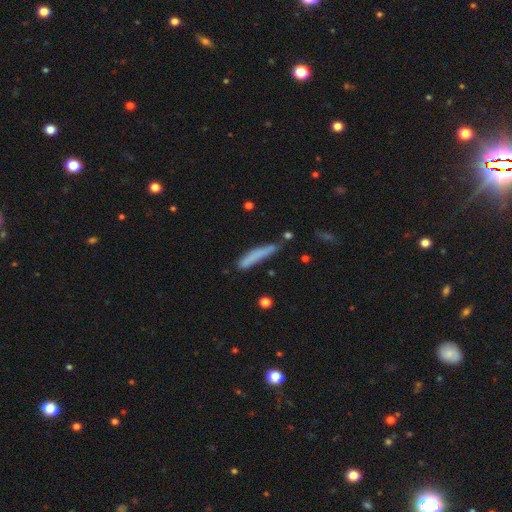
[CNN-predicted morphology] smooth_or_featured: smooth (p=0.75) [alt: featured or disk p=0.17]
how_rounded: cigar-shaped (p=0.92) [alt: in between p=0.06]
merging: none (p=0.69) [alt: minor disturbance p=0.21]